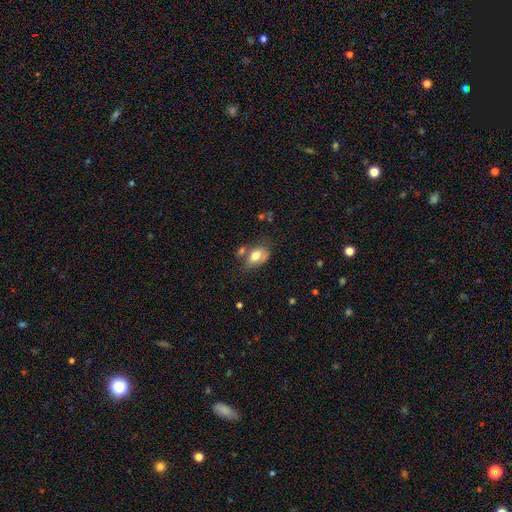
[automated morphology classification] Overall: smooth (70%). How rounded: in between (86%). Merging: none (42%; minor disturbance 26%).